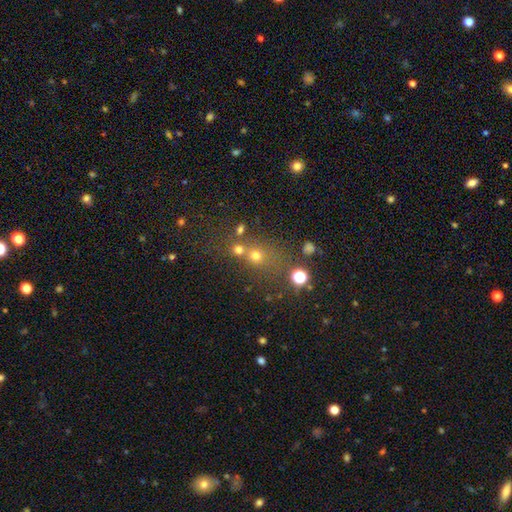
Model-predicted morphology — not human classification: Smooth or featured? smooth (57%)
How rounded? round (80%)
Merging? none (52%)